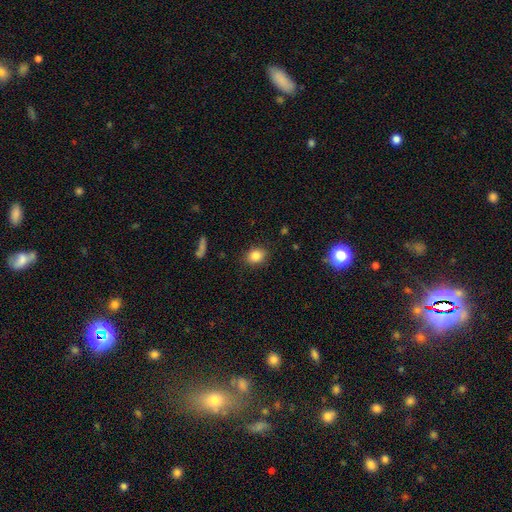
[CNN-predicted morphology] smooth 84%, star or artifact 10%, featured or disk 6%. Down the decision tree: how rounded — in between (51%); merging — none (87%).